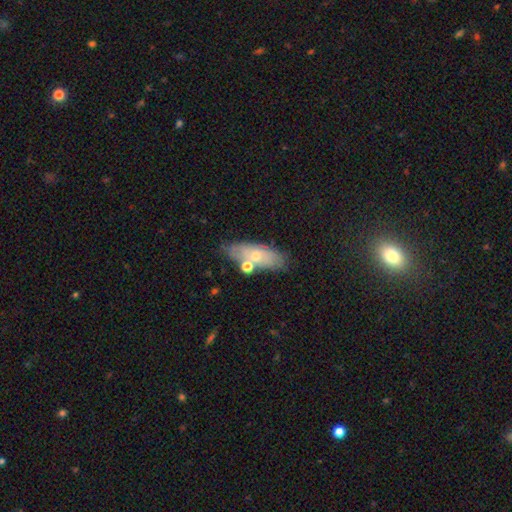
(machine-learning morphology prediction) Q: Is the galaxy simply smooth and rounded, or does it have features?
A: smooth — 54%.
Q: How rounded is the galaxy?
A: in between — 67%.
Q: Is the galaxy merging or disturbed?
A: none — 70%.